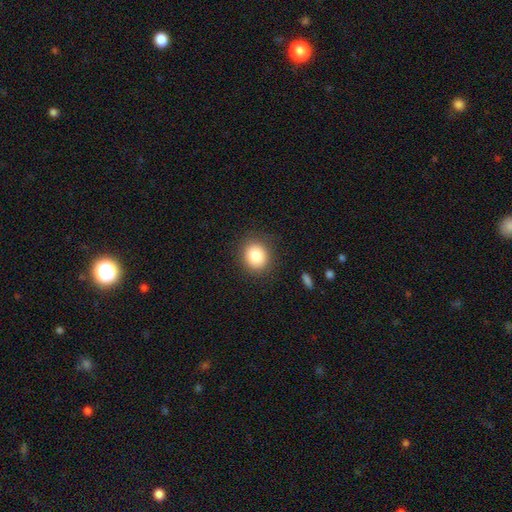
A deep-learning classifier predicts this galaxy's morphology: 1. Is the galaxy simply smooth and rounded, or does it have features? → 84% smooth, 9% star or artifact, 7% featured or disk.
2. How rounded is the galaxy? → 75% round, 24% in between, 1% cigar-shaped.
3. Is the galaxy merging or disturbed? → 87% none, 9% minor disturbance, 3% major disturbance, 1% merger.